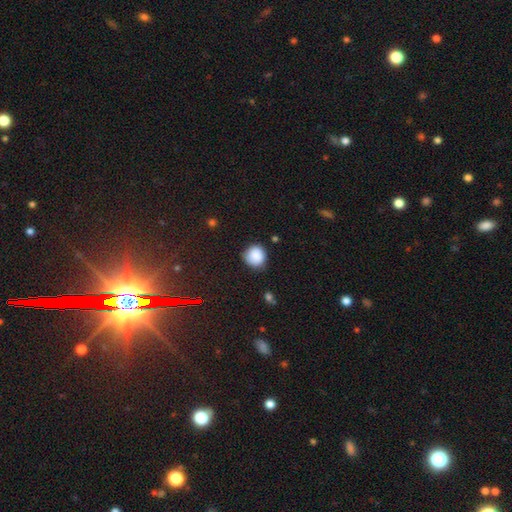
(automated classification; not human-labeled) The model was most divided on "merging": none: 76%, minor disturbance: 18%, major disturbance: 4%, merger: 2%. More confident: how rounded — round (91%); smooth or featured — smooth (87%).